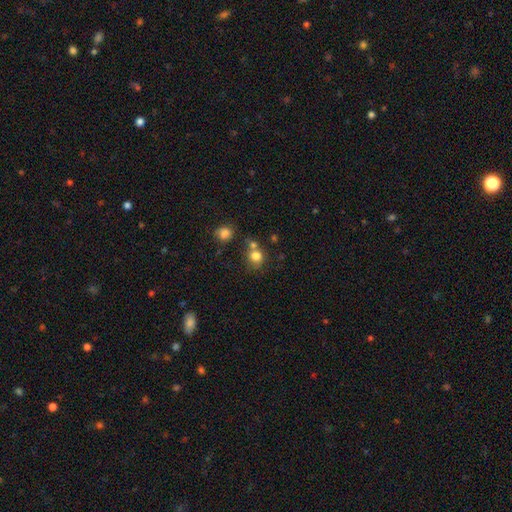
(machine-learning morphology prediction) A smooth galaxy with no disk features (79%) that is round (76%).

Vote fractions:
- Smooth or featured? smooth: 79% / star or artifact: 13% / featured or disk: 9%
- How rounded? round: 76% / in between: 23% / cigar-shaped: 1%
- Merging? none: 52% / merger: 30% / minor disturbance: 13% / major disturbance: 6%